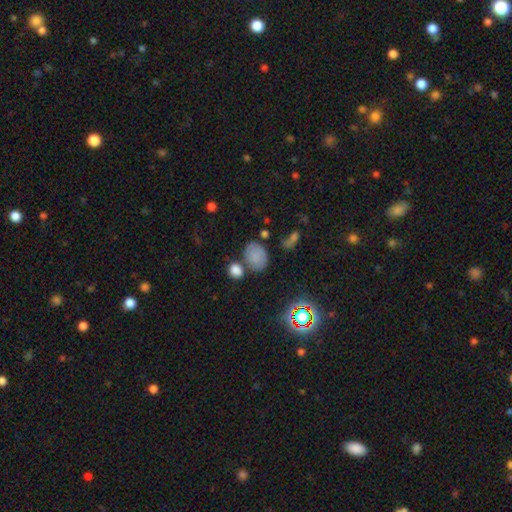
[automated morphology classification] A smooth galaxy with no disk features (76%) that is in between round and cigar-shaped (62%).

Vote fractions:
- Smooth or featured? smooth: 76% / star or artifact: 15% / featured or disk: 10%
- How rounded? in between: 62% / round: 37% / cigar-shaped: 1%
- Merging? none: 60% / minor disturbance: 17% / merger: 17% / major disturbance: 6%